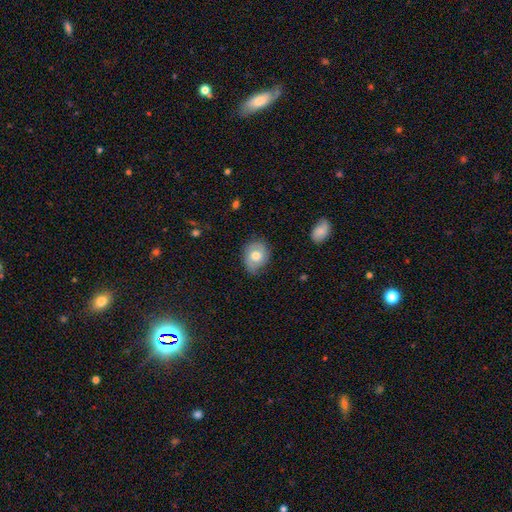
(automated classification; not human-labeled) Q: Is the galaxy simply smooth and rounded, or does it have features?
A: smooth — 65%.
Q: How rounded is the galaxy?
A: round — 59%.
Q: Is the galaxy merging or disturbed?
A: none — 68%.